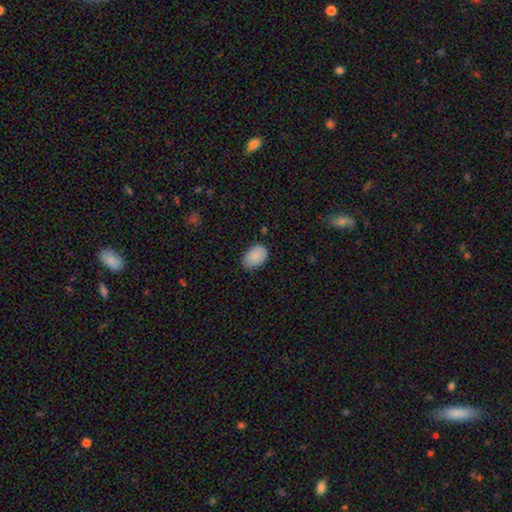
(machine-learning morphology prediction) The model was most divided on "merging": none: 78%, minor disturbance: 18%, major disturbance: 3%, merger: 1%. More confident: smooth or featured — smooth (89%); how rounded — in between (86%).